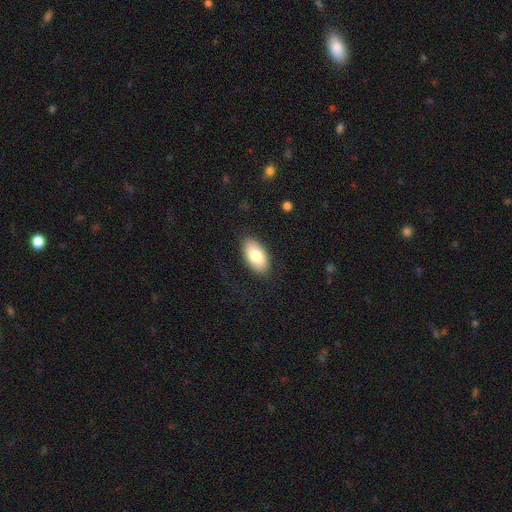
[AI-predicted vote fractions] Smooth or featured? smooth (81%)
How rounded? in between (94%)
Merging? none (84%)